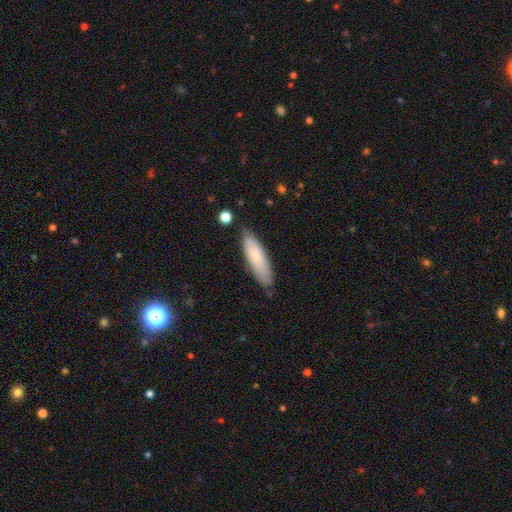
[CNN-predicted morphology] This appears to be a smooth galaxy with no disk features (74%) that is cigar-shaped (59%). Merging: none (79%).